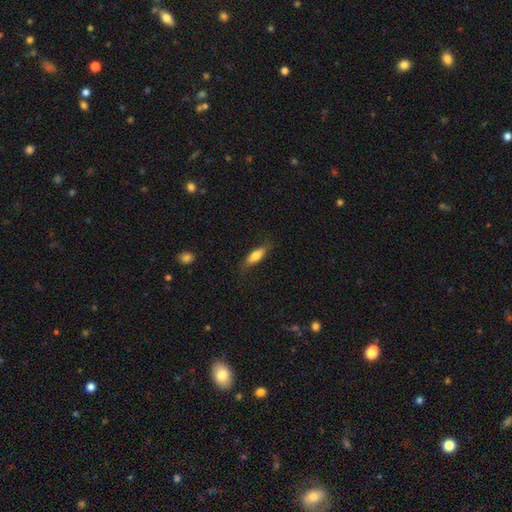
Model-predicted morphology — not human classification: Smooth or featured? smooth (73%)
How rounded? in between (57%)
Merging? none (75%)